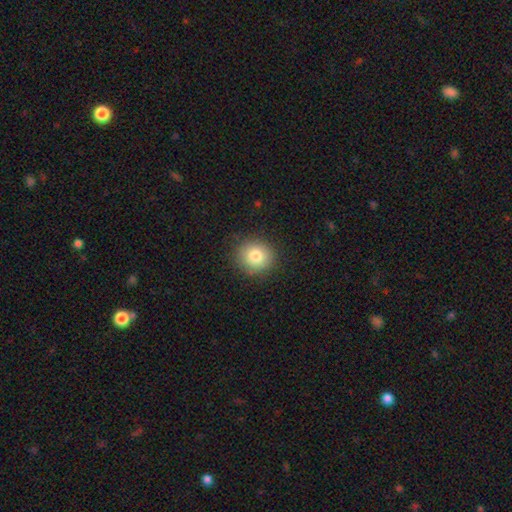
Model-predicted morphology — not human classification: Smooth or featured? smooth (81%)
How rounded? round (86%)
Merging? none (88%)